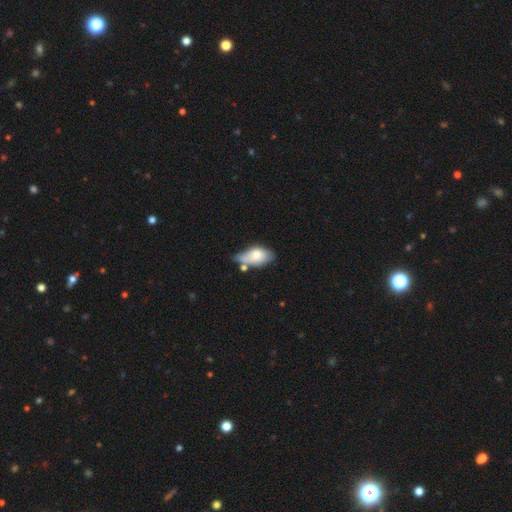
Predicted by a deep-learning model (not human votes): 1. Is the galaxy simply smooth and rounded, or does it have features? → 71% smooth, 22% featured or disk, 7% star or artifact.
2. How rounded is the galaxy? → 90% in between, 5% round, 5% cigar-shaped.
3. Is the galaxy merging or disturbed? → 36% none, 31% minor disturbance, 21% merger, 11% major disturbance.